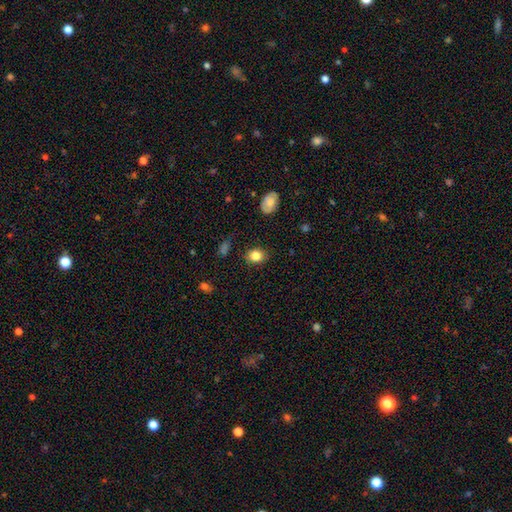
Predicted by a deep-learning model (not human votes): This appears to be a smooth galaxy with no disk features (83%) that is round (51%). Merging: none (86%).